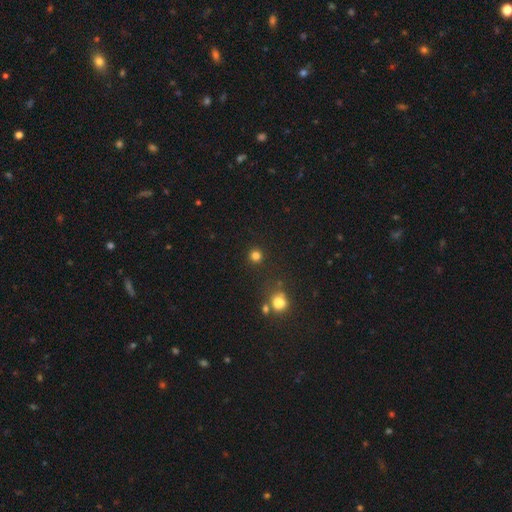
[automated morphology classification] type=smooth (80%); roundness=round (94%); merging=none (89%).